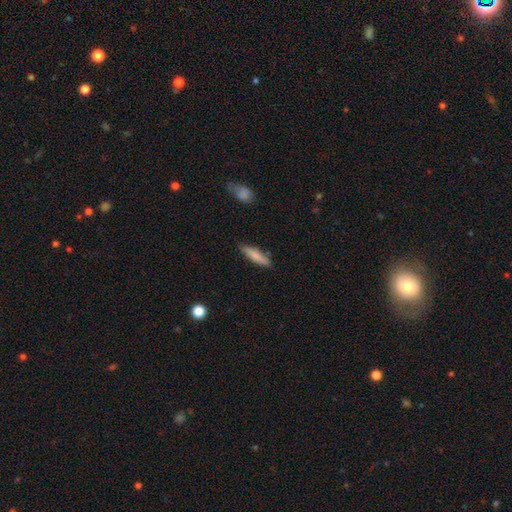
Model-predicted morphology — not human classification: Q: Smooth or featured?
A: smooth (79%); runner-up: featured or disk (15%)
Q: How rounded?
A: cigar-shaped (77%); runner-up: in between (21%)
Q: Merging?
A: none (84%); runner-up: minor disturbance (12%)